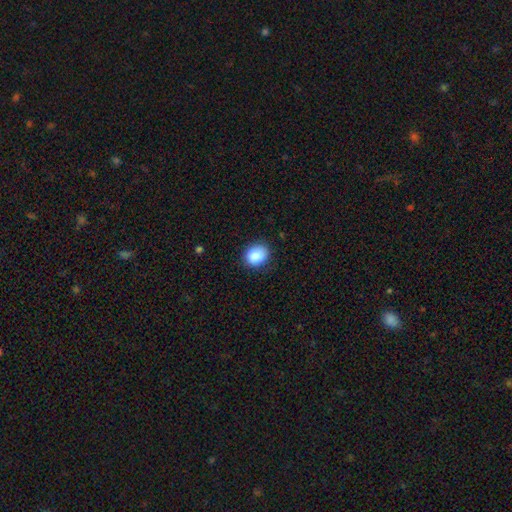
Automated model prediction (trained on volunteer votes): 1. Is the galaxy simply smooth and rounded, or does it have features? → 87% smooth, 8% star or artifact, 5% featured or disk.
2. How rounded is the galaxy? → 54% round, 45% in between, 1% cigar-shaped.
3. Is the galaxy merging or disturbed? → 83% none, 13% minor disturbance, 3% major disturbance, 1% merger.